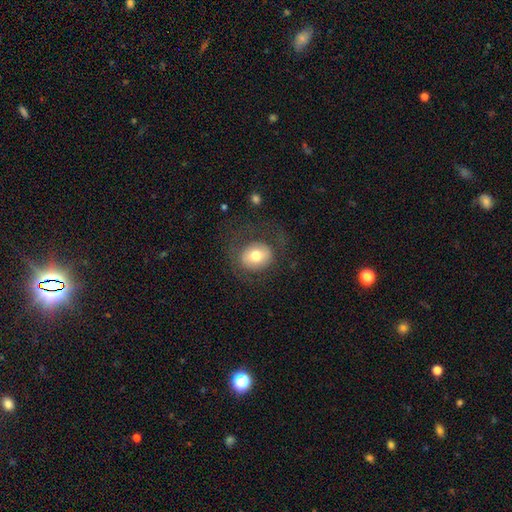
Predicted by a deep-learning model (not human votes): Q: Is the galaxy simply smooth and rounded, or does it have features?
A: smooth — 65%.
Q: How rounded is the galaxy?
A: round — 68%.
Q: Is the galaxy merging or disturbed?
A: none — 71%.